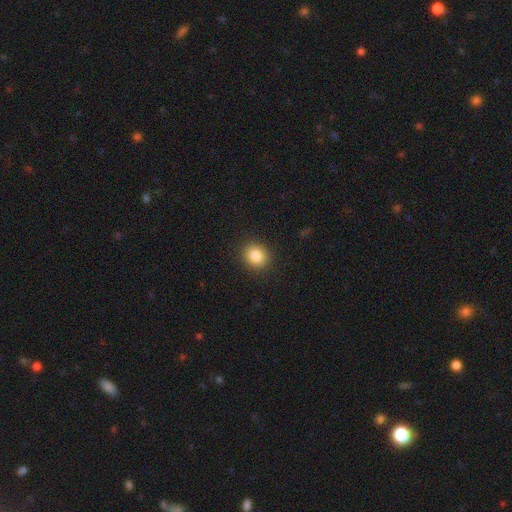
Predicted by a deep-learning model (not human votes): A smooth galaxy with no disk features (85%) that is round (77%).

Vote fractions:
- Smooth or featured? smooth: 85% / star or artifact: 10% / featured or disk: 5%
- How rounded? round: 77% / in between: 22% / cigar-shaped: 1%
- Merging? none: 90% / minor disturbance: 6% / major disturbance: 2% / merger: 1%